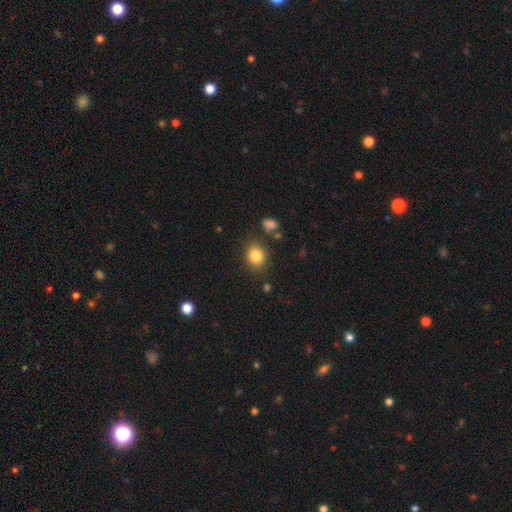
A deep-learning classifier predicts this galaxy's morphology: type=smooth (83%); roundness=round (60%); merging=none (83%).